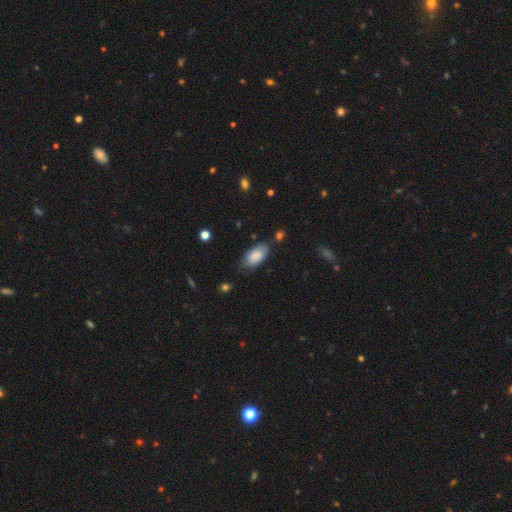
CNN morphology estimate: Q: Smooth or featured?
A: smooth (81%); runner-up: featured or disk (12%)
Q: How rounded?
A: in between (93%); runner-up: cigar-shaped (4%)
Q: Merging?
A: none (71%); runner-up: minor disturbance (22%)